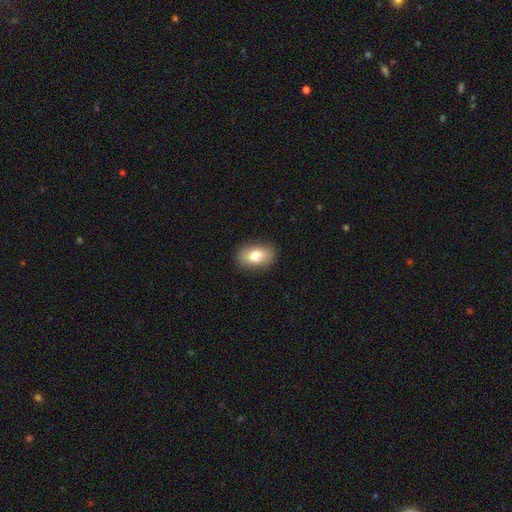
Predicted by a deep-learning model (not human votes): smooth 78%, featured or disk 14%, star or artifact 8%. Down the decision tree: how rounded — in between (86%); merging — none (88%).